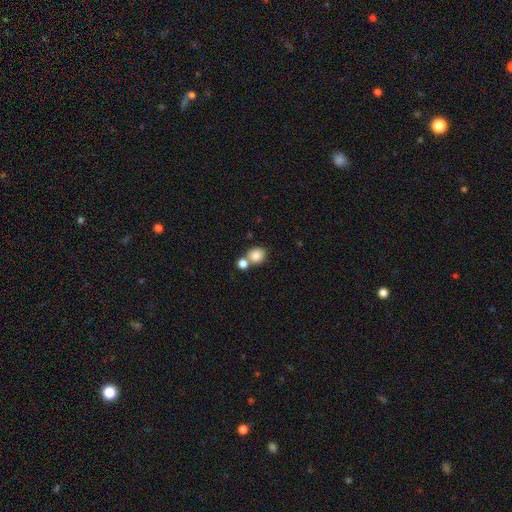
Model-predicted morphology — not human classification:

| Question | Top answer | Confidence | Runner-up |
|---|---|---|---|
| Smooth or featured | smooth | 84% | star or artifact (10%) |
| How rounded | round | 75% | in between (24%) |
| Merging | none | 54% | merger (35%) |